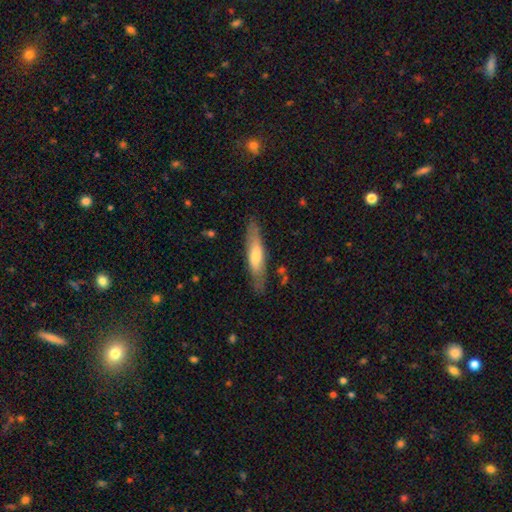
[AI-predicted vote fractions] The model was most divided on "smooth or featured": smooth: 52%, featured or disk: 42%, star or artifact: 6%. More confident: merging — none (83%); how rounded — cigar-shaped (80%).